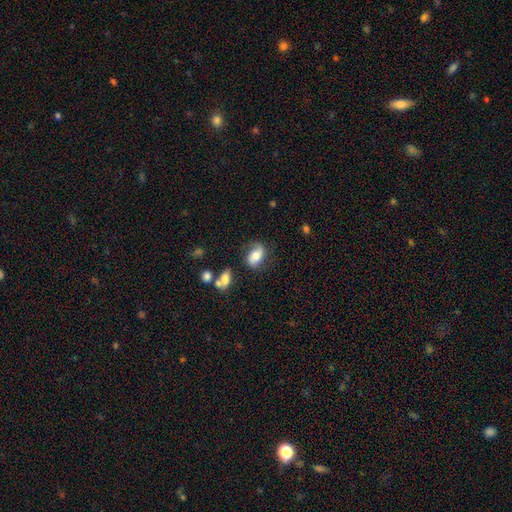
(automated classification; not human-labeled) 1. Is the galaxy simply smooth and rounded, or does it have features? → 54% smooth, 37% featured or disk, 9% star or artifact.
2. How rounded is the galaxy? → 82% in between, 16% round, 2% cigar-shaped.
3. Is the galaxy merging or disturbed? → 64% none, 23% minor disturbance, 9% major disturbance, 4% merger.